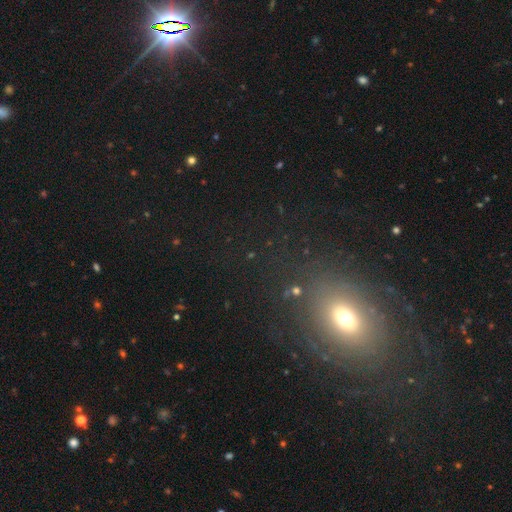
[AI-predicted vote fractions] This appears to be a smooth galaxy with no disk features (49%). Merging: none (81%).